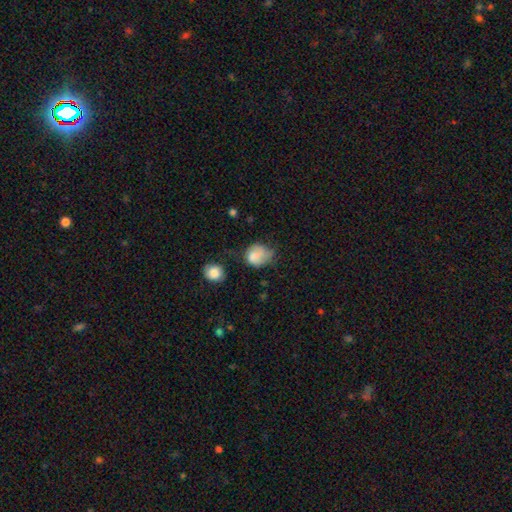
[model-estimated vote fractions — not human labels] A smooth galaxy with no disk features (77%) that is round (53%). Merging: none (38%).